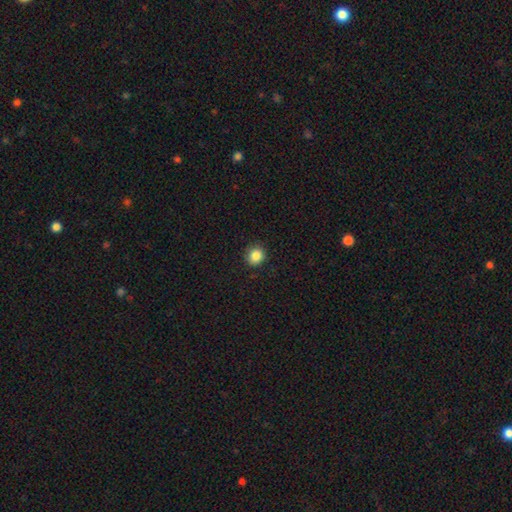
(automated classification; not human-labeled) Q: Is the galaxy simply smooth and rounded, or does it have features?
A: smooth — 86%.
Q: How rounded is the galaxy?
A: round — 85%.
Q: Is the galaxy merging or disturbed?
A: none — 89%.